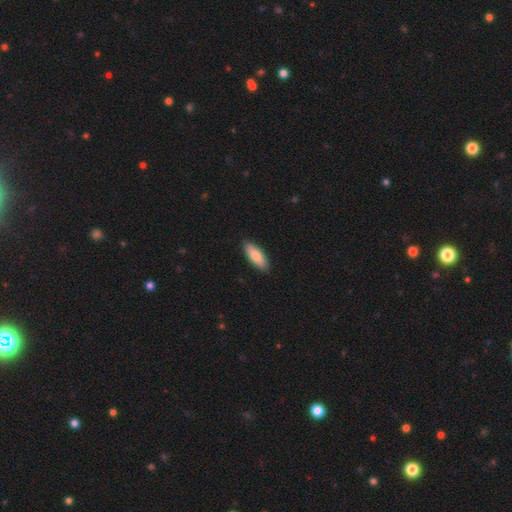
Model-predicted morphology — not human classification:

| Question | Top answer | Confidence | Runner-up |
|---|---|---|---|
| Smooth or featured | smooth | 83% | featured or disk (12%) |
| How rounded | in between | 75% | cigar-shaped (23%) |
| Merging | none | 88% | minor disturbance (10%) |